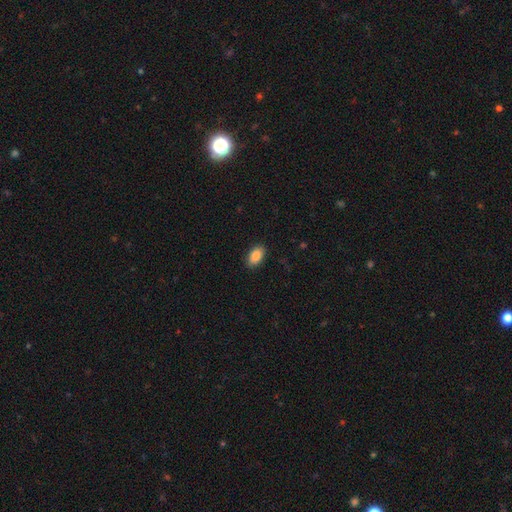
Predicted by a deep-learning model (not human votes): Overall: smooth (87%). How rounded: in between (93%). Merging: none (89%).